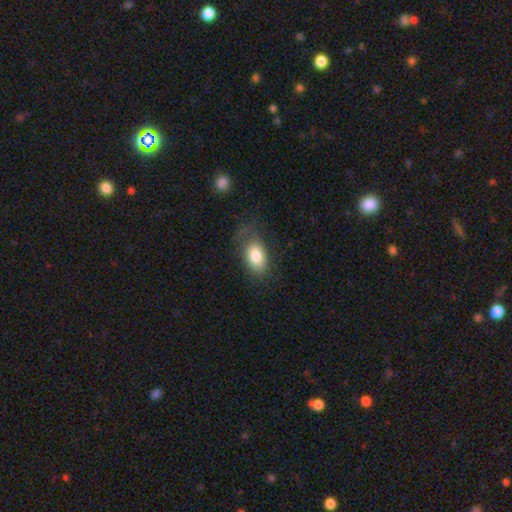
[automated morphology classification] Smooth or featured? smooth (78%)
How rounded? in between (91%)
Merging? none (61%)